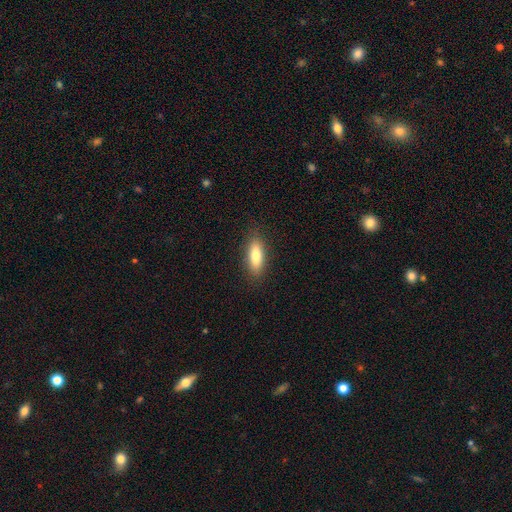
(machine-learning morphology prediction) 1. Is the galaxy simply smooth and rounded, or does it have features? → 78% smooth, 15% featured or disk, 7% star or artifact.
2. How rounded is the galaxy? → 63% in between, 34% cigar-shaped, 3% round.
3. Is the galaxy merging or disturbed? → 87% none, 10% minor disturbance, 3% major disturbance, 1% merger.